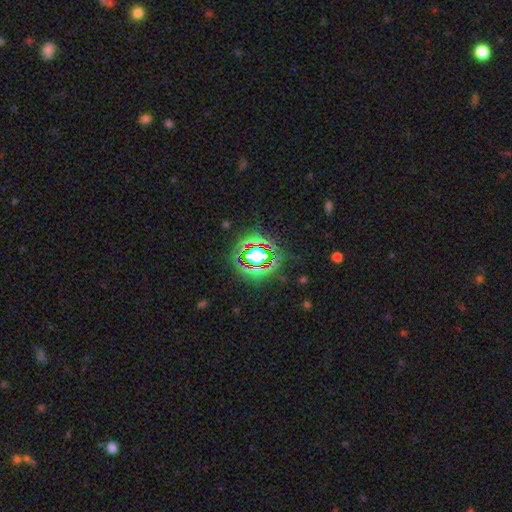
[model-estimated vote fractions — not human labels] Smooth or featured? Predicted: star or artifact (p=0.65).